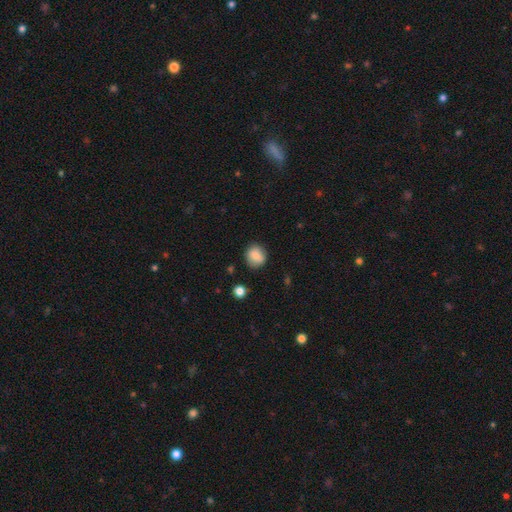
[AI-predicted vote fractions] Smooth or featured? Predicted: smooth (p=0.84). How rounded? Predicted: round (p=0.73). Merging? Predicted: none (p=0.82).